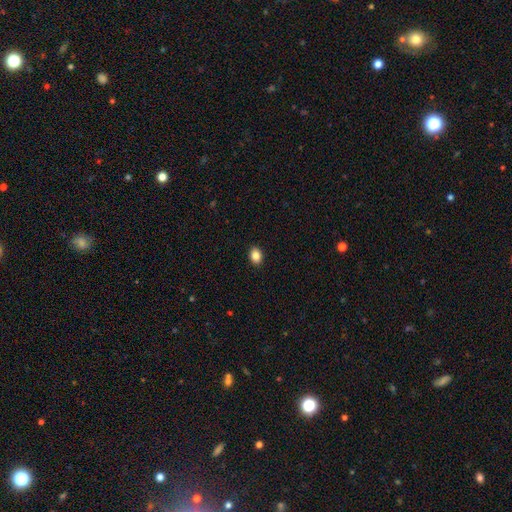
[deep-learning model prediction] smooth 86%, star or artifact 9%, featured or disk 5%. Down the decision tree: how rounded — in between (69%); merging — none (91%).